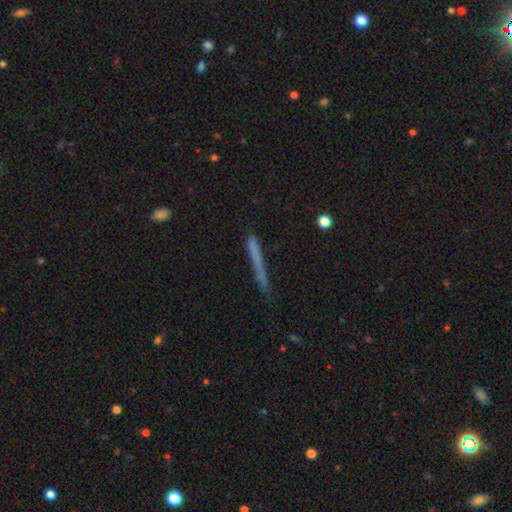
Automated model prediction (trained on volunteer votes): This appears to be a smooth galaxy with no disk features (59%) that is cigar-shaped (96%). Merging: none (74%).